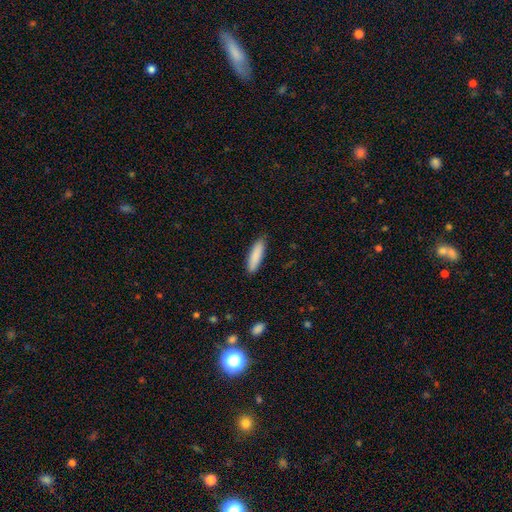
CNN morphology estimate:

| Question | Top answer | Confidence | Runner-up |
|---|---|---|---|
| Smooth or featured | smooth | 88% | featured or disk (7%) |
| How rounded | cigar-shaped | 69% | in between (30%) |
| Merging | none | 88% | minor disturbance (9%) |